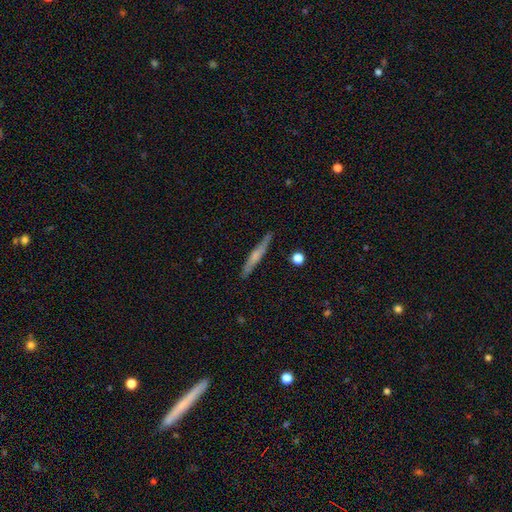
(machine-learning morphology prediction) The model was most divided on "smooth or featured": featured or disk: 49%, smooth: 45%, star or artifact: 6%. More confident: merging — none (85%).